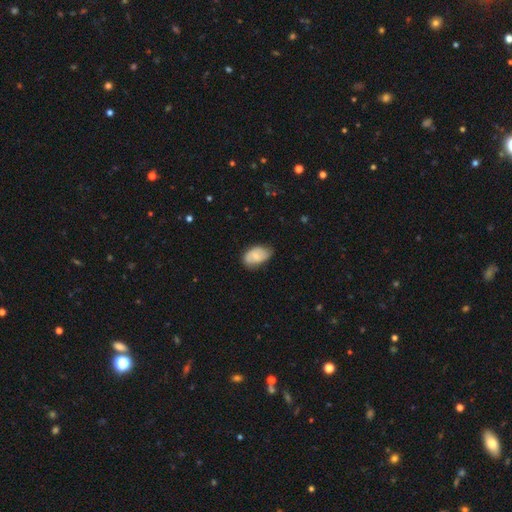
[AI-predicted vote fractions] Morphology: type=smooth (66%); roundness=in between (91%); merging=none (61%).